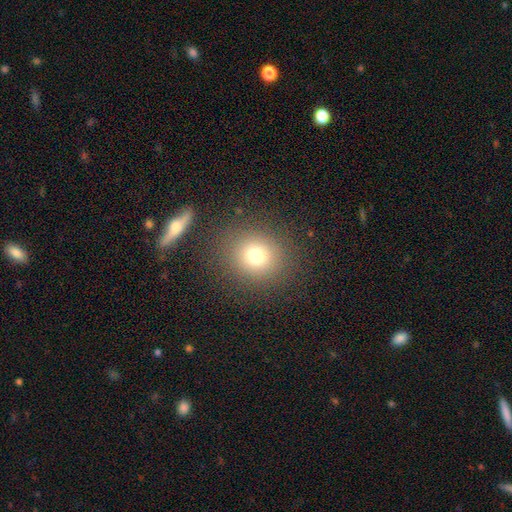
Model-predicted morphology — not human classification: Smooth or featured? Predicted: smooth (p=0.74). How rounded? Predicted: round (p=0.87). Merging? Predicted: none (p=0.85).